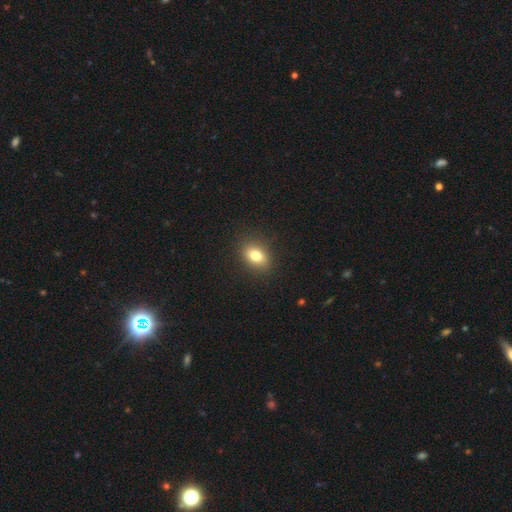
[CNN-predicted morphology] Smooth or featured? Predicted: smooth (p=0.80). How rounded? Predicted: in between (p=0.72). Merging? Predicted: none (p=0.88).